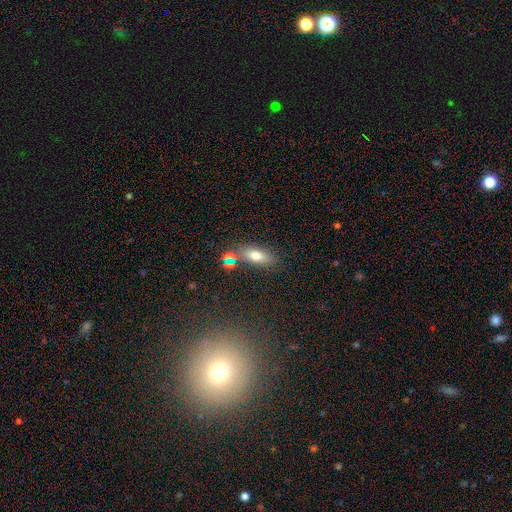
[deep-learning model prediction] smooth 73%, featured or disk 14%, star or artifact 13%. Down the decision tree: how rounded — in between (75%); merging — none (70%).